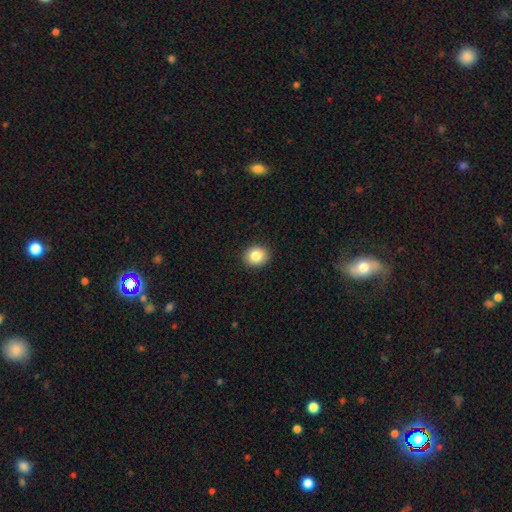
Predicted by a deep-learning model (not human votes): This appears to be a smooth galaxy with no disk features (85%) that is round (73%). Merging: none (91%).